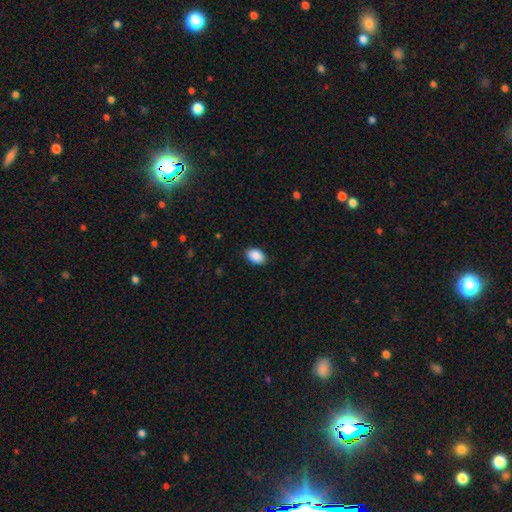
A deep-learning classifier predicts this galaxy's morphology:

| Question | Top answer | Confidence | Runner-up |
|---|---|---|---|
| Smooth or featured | smooth | 90% | star or artifact (7%) |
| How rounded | in between | 88% | round (11%) |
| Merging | none | 88% | minor disturbance (9%) |